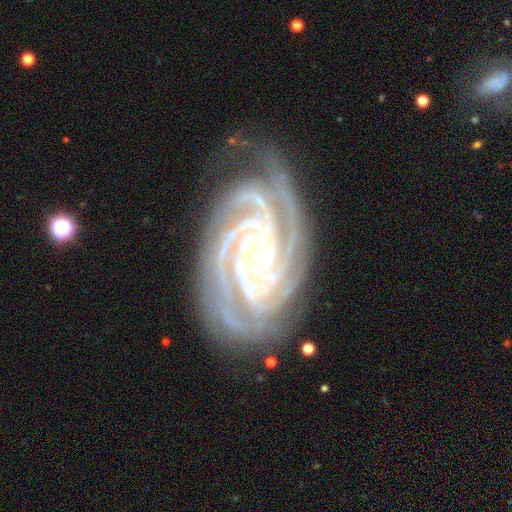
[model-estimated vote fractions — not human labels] Overall: featured or disk (93%). Edge-on disk: no (98%). Bar: no (64%). Spiral arms: yes (99%). Spiral arm count: 4 (39%; 3 25%). Spiral winding: tight (82%). Bulge size: small (81%). Merging: none (78%).